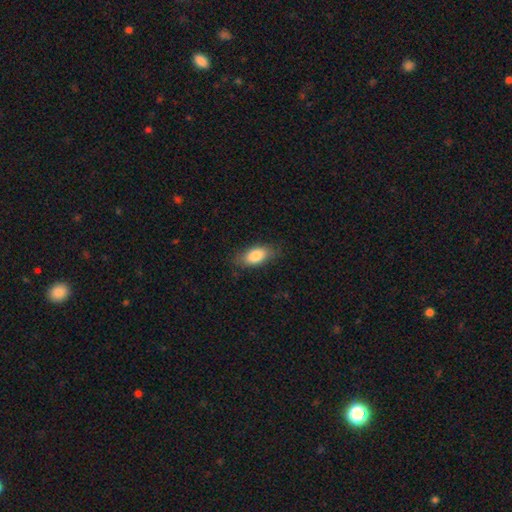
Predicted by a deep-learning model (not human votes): The model was most divided on "merging": none: 80%, minor disturbance: 15%, major disturbance: 4%, merger: 1%. More confident: how rounded — in between (88%); smooth or featured — smooth (83%).